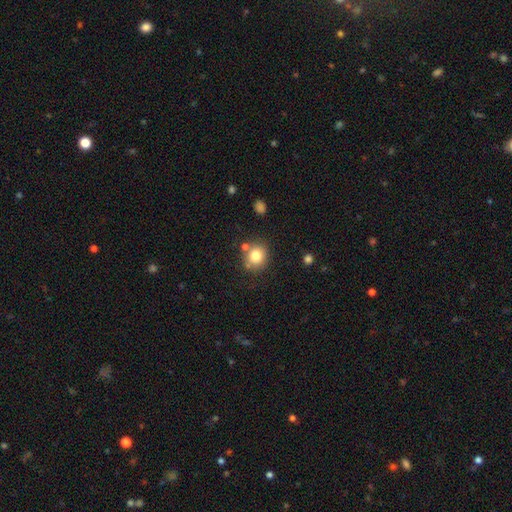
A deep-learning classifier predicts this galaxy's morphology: Overall: smooth (80%). How rounded: round (83%). Merging: none (74%).